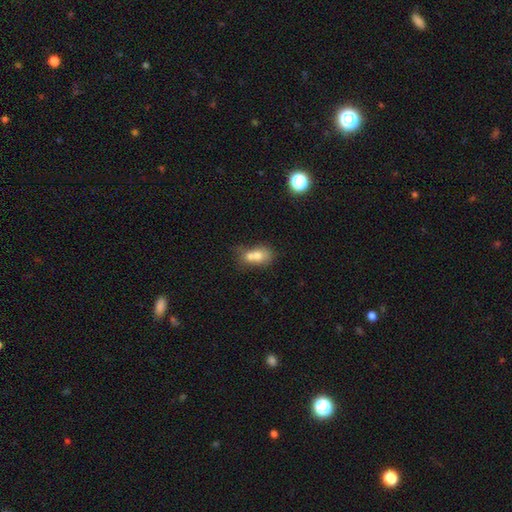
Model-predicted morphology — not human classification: This appears to be a smooth galaxy with no disk features (69%) that is in between round and cigar-shaped (62%). Merging: merger (66%).